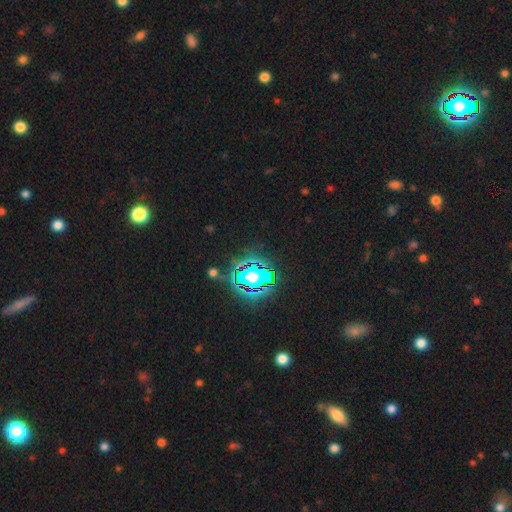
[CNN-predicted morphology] Smooth or featured: star or artifact — 83% (smooth — 10%)